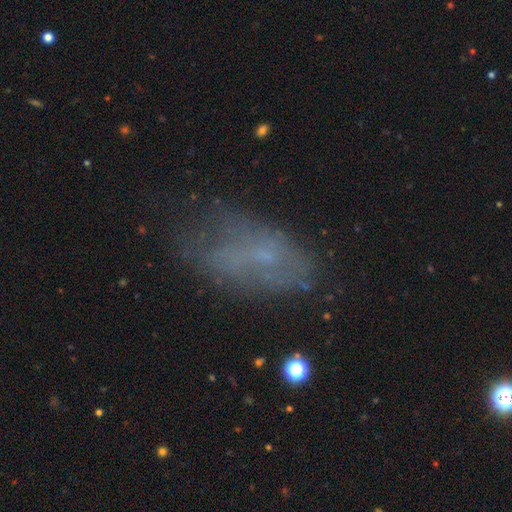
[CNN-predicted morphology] type=smooth (42%); merging=none (50%).